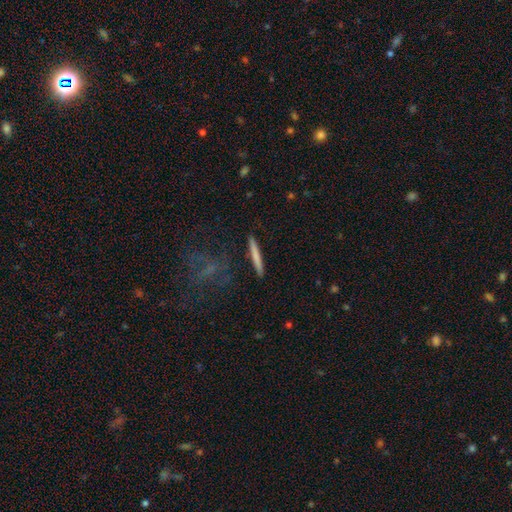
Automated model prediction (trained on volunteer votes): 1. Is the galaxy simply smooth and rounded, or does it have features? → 72% smooth, 22% featured or disk, 6% star or artifact.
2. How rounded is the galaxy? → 95% cigar-shaped, 3% in between, 2% round.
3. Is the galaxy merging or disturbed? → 90% none, 7% minor disturbance, 2% major disturbance, 2% merger.